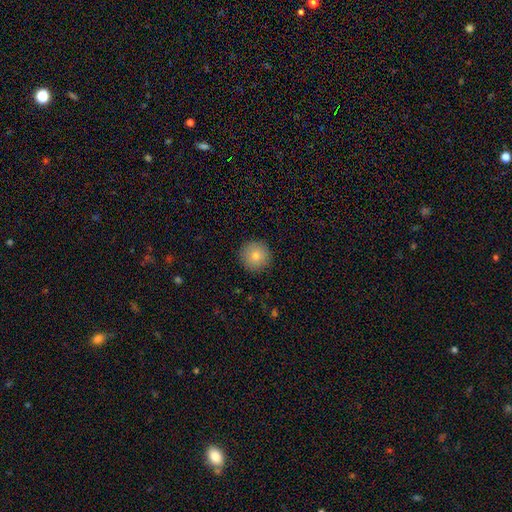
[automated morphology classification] Smooth or featured?
  - smooth: 78% *
  - featured or disk: 11%
  - star or artifact: 10%
How rounded?
  - round: 96% *
  - in between: 3%
  - cigar-shaped: 1%
Merging?
  - none: 92% *
  - minor disturbance: 5%
  - major disturbance: 2%
  - merger: 1%